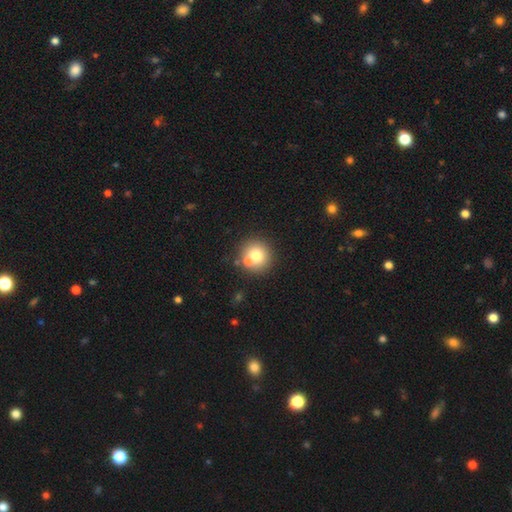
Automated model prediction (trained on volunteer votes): Smooth or featured? smooth (72%)
How rounded? round (92%)
Merging? none (65%)